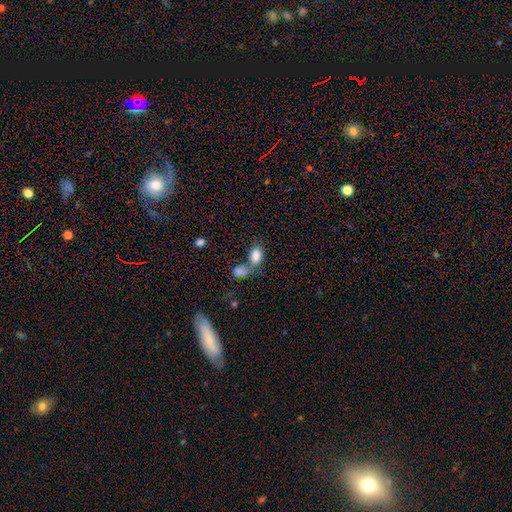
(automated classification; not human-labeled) A smooth galaxy with no disk features (83%) that is in between round and cigar-shaped (85%).

Vote fractions:
- Smooth or featured? smooth: 83% / star or artifact: 9% / featured or disk: 8%
- How rounded? in between: 85% / round: 13% / cigar-shaped: 2%
- Merging? merger: 47% / none: 35% / minor disturbance: 11% / major disturbance: 7%